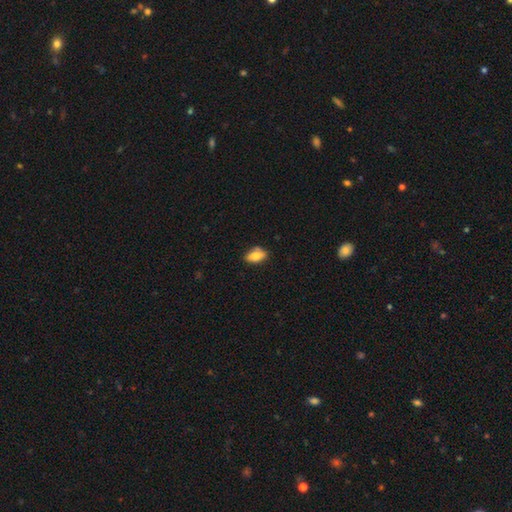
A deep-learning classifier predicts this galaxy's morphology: type=smooth (79%); roundness=in between (90%); merging=none (70%).